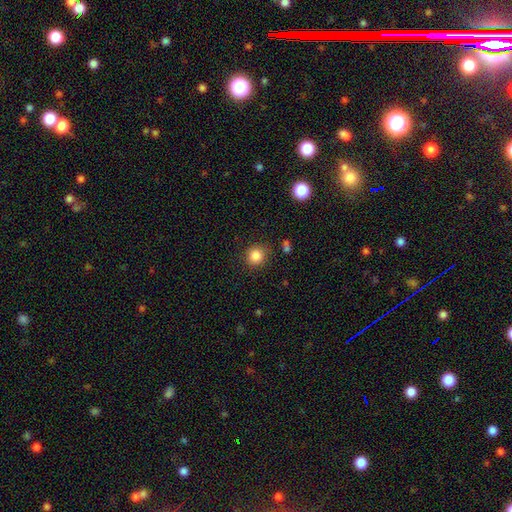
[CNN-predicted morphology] Smooth or featured?
  - smooth: 86% *
  - star or artifact: 11%
  - featured or disk: 4%
How rounded?
  - round: 91% *
  - in between: 8%
  - cigar-shaped: 1%
Merging?
  - none: 86% *
  - minor disturbance: 9%
  - major disturbance: 3%
  - merger: 2%